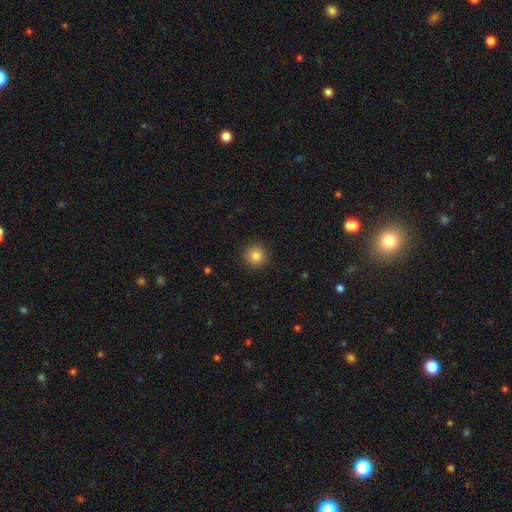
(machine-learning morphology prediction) The model was most divided on "smooth or featured": smooth: 84%, star or artifact: 11%, featured or disk: 5%. More confident: how rounded — round (95%); merging — none (92%).